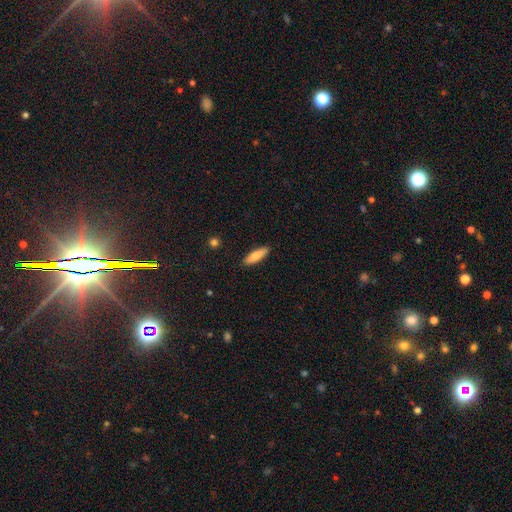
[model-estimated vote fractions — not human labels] smooth_or_featured: smooth (p=0.78) [alt: featured or disk p=0.16]
how_rounded: cigar-shaped (p=0.54) [alt: in between p=0.44]
merging: none (p=0.89) [alt: minor disturbance p=0.08]